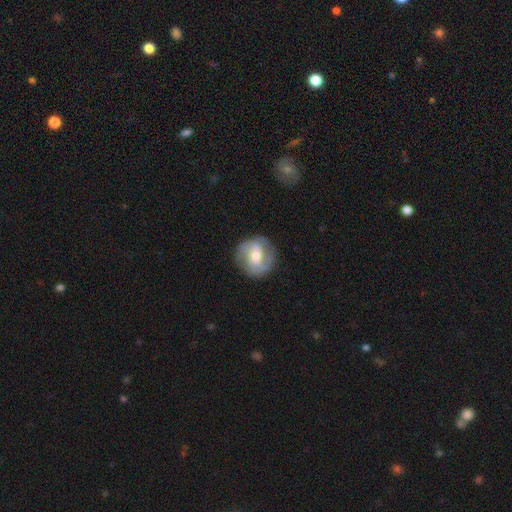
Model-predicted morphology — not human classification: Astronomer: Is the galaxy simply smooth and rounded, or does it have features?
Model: featured or disk — 65%.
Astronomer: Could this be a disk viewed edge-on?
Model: no — 97%.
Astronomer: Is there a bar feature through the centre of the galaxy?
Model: weak — 43% (runner-up: no, 39%).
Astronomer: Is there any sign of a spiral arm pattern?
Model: yes — 84%.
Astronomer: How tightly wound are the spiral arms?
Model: medium — 43% (runner-up: tight, 38%).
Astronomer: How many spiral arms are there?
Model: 2 — 55%.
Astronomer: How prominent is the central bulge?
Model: moderate — 64%.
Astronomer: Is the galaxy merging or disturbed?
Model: none — 80%.